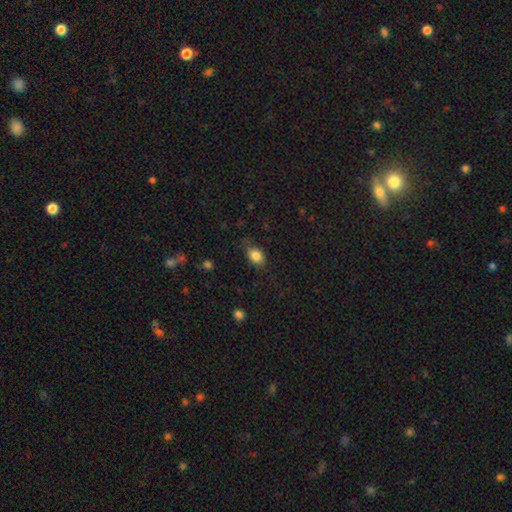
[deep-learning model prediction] Smooth or featured? Predicted: smooth (p=0.85). How rounded? Predicted: in between (p=0.79). Merging? Predicted: none (p=0.72).